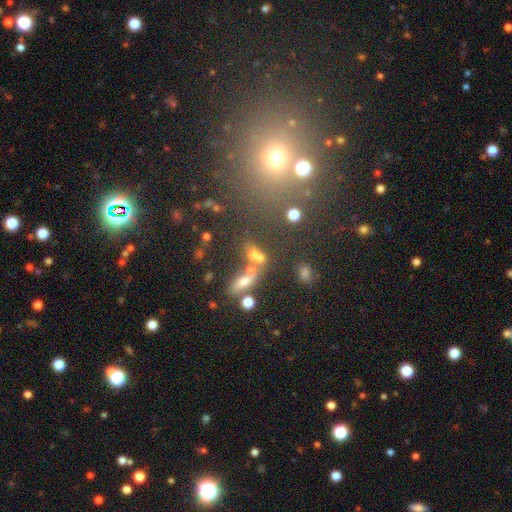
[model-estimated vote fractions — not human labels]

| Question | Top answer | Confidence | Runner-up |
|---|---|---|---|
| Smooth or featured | smooth | 58% | featured or disk (22%) |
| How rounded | in between | 60% | round (27%) |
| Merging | merger | 45% | none (34%) |